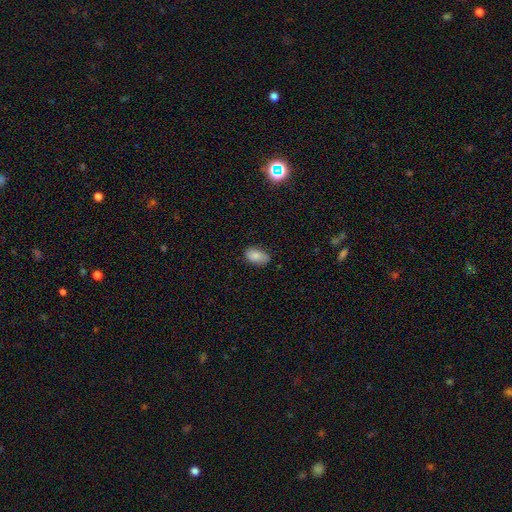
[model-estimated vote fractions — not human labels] Q: Smooth or featured?
A: smooth (83%); runner-up: featured or disk (9%)
Q: How rounded?
A: in between (93%); runner-up: round (5%)
Q: Merging?
A: none (77%); runner-up: minor disturbance (19%)